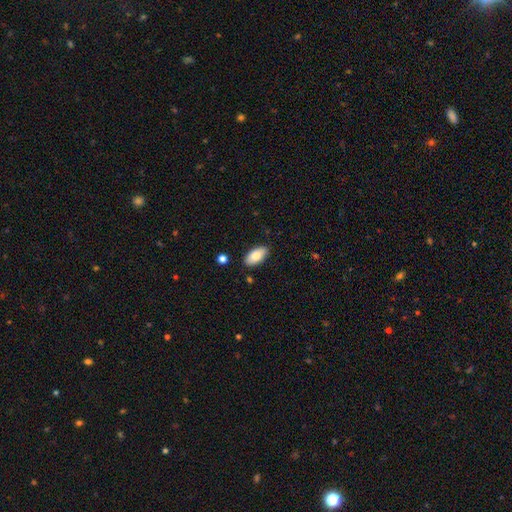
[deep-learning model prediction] Morphology: type=smooth (79%); roundness=in between (93%); merging=none (87%).